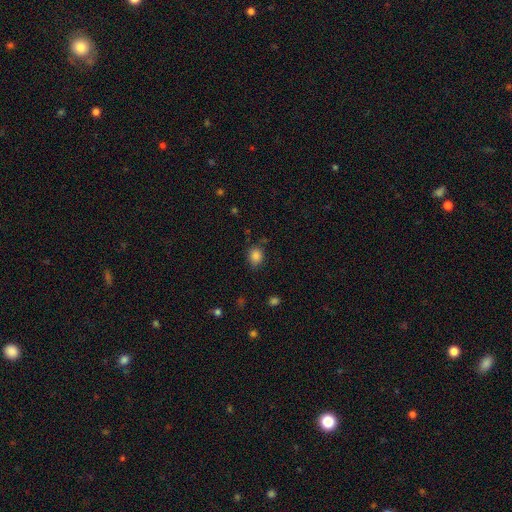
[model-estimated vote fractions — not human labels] Overall: smooth (84%). How rounded: round (60%; in between 39%). Merging: none (78%).